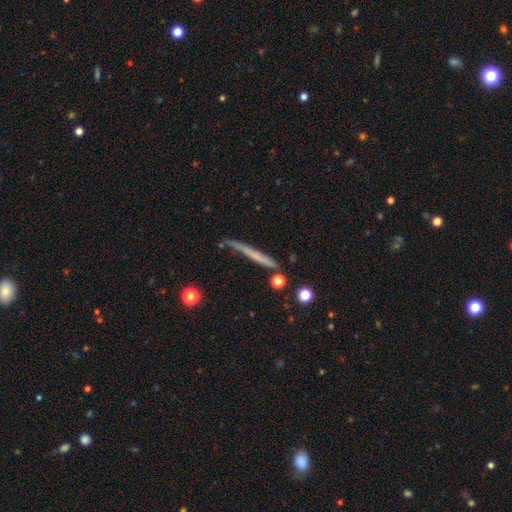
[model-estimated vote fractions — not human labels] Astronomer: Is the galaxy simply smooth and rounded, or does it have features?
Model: smooth — 46%, tied with featured or disk at 46%.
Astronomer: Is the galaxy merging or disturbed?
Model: none — 62%.